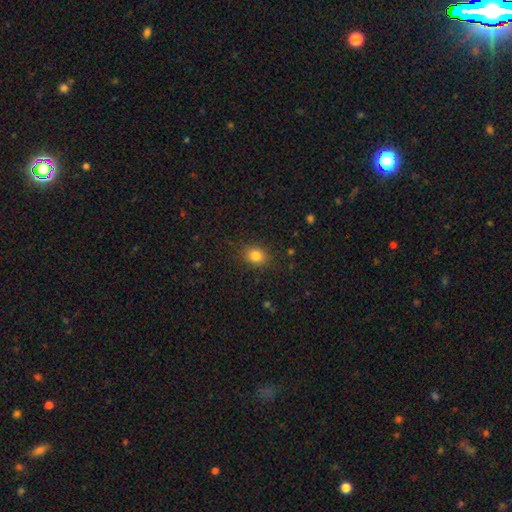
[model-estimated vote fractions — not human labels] The model was most divided on "how rounded": round: 53%, in between: 46%, cigar-shaped: 1%. More confident: merging — none (86%); smooth or featured — smooth (83%).